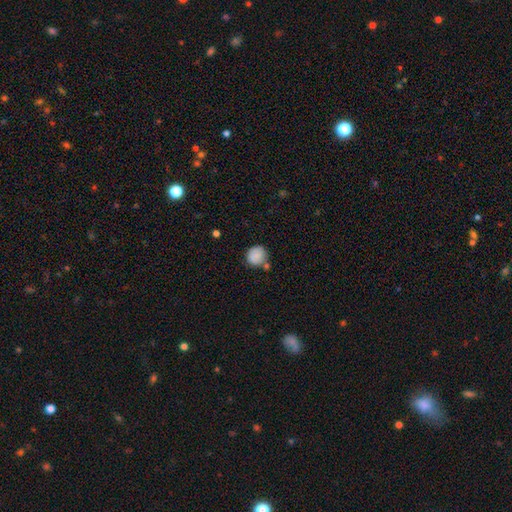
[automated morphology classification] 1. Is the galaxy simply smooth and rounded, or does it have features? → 87% smooth, 8% star or artifact, 5% featured or disk.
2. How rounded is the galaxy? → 84% round, 15% in between, 1% cigar-shaped.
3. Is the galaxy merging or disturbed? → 67% none, 16% minor disturbance, 12% merger, 4% major disturbance.